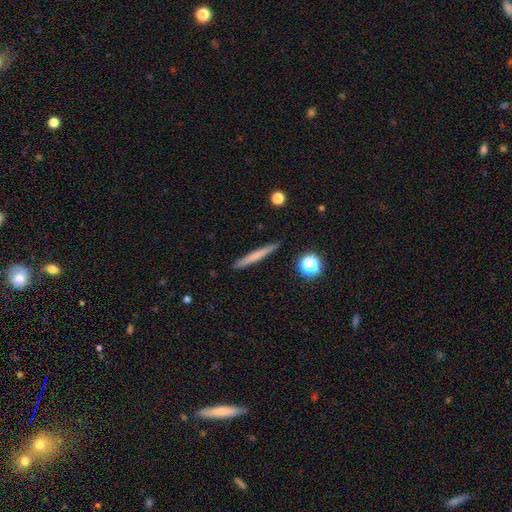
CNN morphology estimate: Smooth or featured: smooth — 62% (featured or disk — 31%)
How rounded: cigar-shaped — 96% (in between — 3%)
Merging: none — 91% (minor disturbance — 7%)